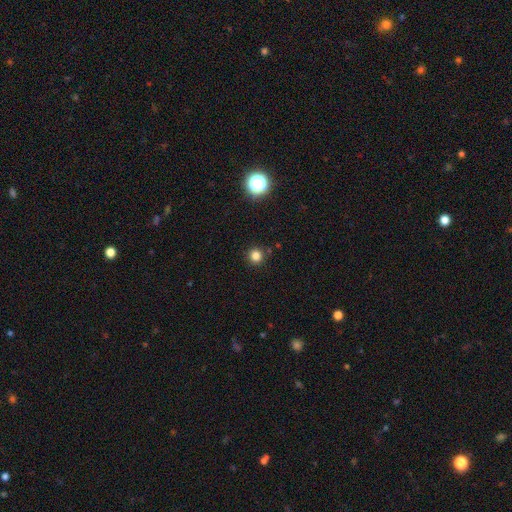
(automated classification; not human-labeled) Q: Smooth or featured?
A: smooth (80%); runner-up: star or artifact (15%)
Q: How rounded?
A: round (95%); runner-up: in between (4%)
Q: Merging?
A: none (90%); runner-up: minor disturbance (6%)